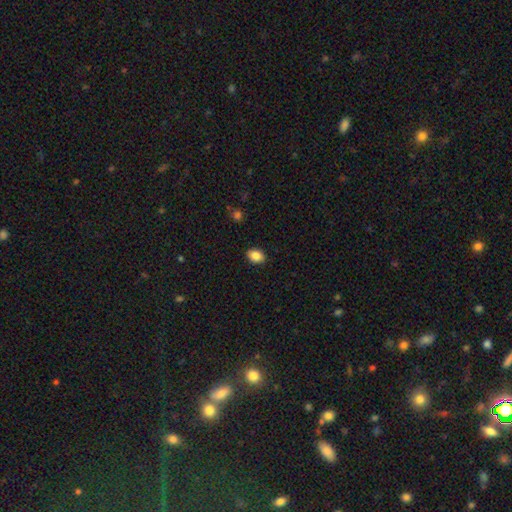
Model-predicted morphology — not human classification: smooth 87%, star or artifact 8%, featured or disk 5%. Down the decision tree: how rounded — in between (73%); merging — none (89%).